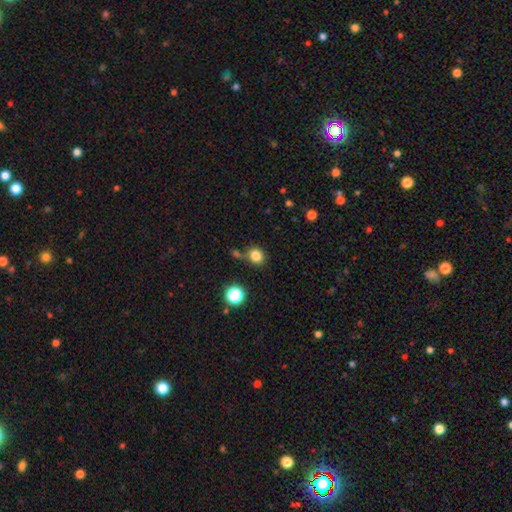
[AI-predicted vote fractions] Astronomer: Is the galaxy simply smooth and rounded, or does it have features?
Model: smooth — 82%.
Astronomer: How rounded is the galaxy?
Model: round — 76%.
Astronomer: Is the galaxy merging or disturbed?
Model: none — 71%.